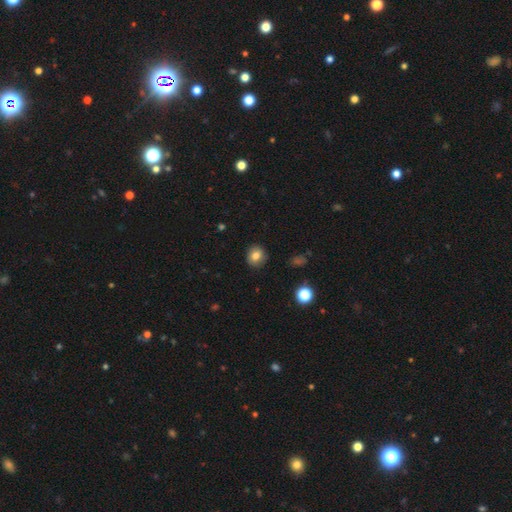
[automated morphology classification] smooth_or_featured: smooth (p=0.80) [alt: star or artifact p=0.11]
how_rounded: round (p=0.81) [alt: in between p=0.18]
merging: none (p=0.88) [alt: minor disturbance p=0.09]